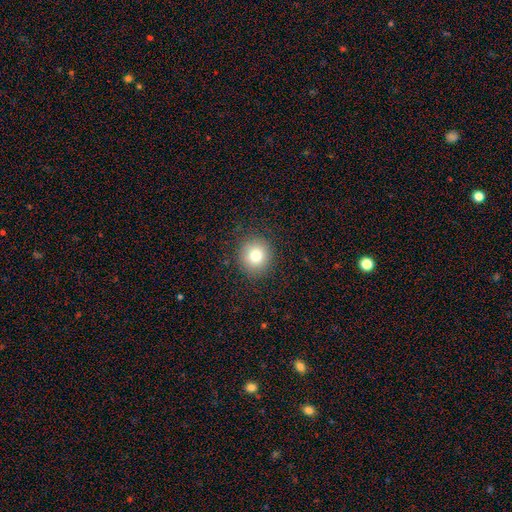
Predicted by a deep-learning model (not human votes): Q: Smooth or featured?
A: smooth (78%); runner-up: star or artifact (12%)
Q: How rounded?
A: round (88%); runner-up: in between (11%)
Q: Merging?
A: none (89%); runner-up: minor disturbance (8%)